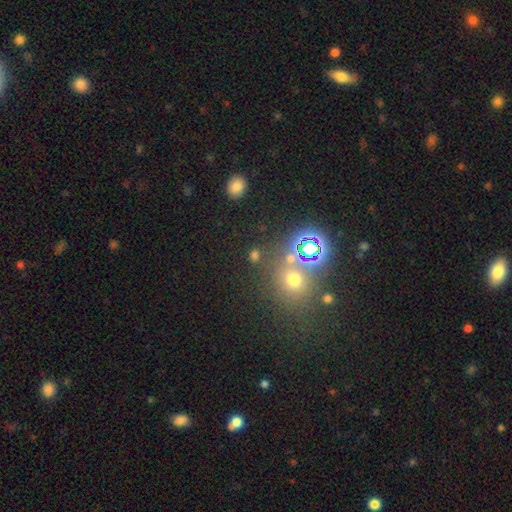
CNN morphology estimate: smooth-or-featured: smooth: 47% | star or artifact: 44% | featured or disk: 9%
  merging: none: 72% | merger: 14% | minor disturbance: 9% | major disturbance: 5%